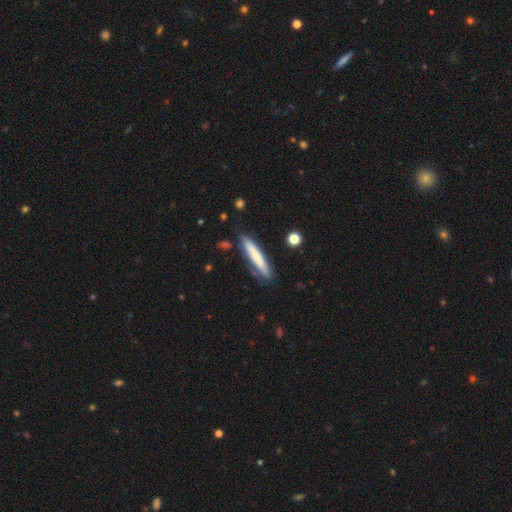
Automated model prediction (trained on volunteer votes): A smooth galaxy with no disk features (61%) that is cigar-shaped (92%).

Vote fractions:
- Smooth or featured? smooth: 61% / featured or disk: 33% / star or artifact: 6%
- How rounded? cigar-shaped: 92% / in between: 7% / round: 1%
- Merging? none: 82% / minor disturbance: 13% / merger: 3% / major disturbance: 2%